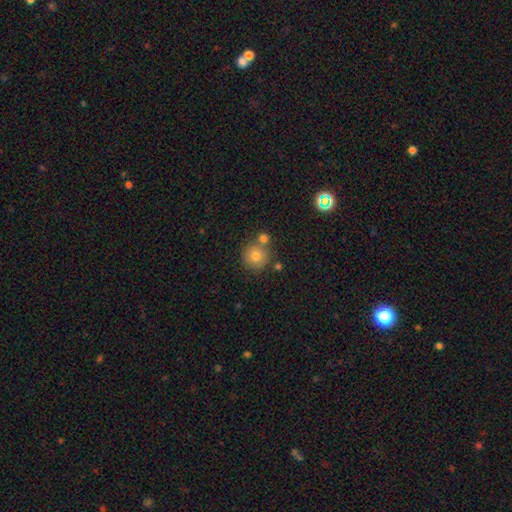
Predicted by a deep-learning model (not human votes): smooth-or-featured: smooth: 77% | star or artifact: 12% | featured or disk: 12%
  how-rounded: round: 93% | in between: 6% | cigar-shaped: 1%
  merging: none: 67% | merger: 21% | minor disturbance: 9% | major disturbance: 3%